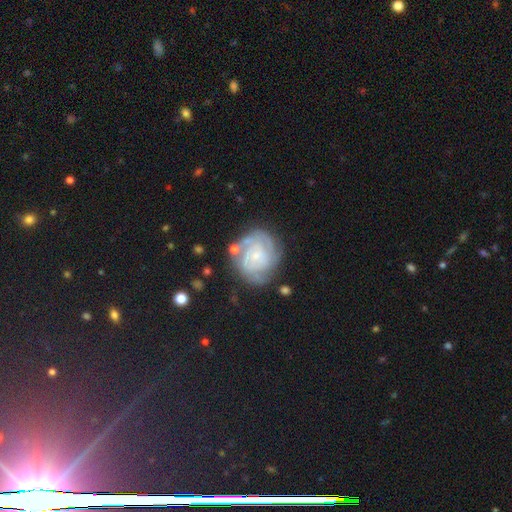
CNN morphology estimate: Overall: featured or disk (80%). Edge-on disk: no (98%). Bar: no (68%). Spiral arms: yes (93%). Spiral arm count: can't tell (32%; 2 27%). Spiral winding: tight (68%). Bulge size: small (73%). Merging: none (68%).